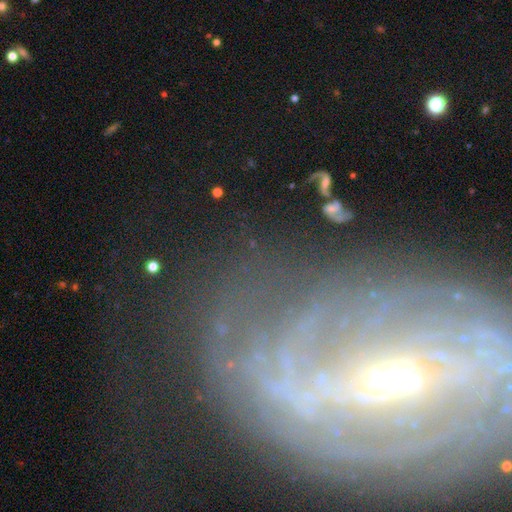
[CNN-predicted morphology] This is likely a featured or disk galaxy (67%). It is clearly not viewed edge-on (91%). Bar: marginally no (42%). Spiral arm pattern: likely yes (75%). Central bulge: marginally moderate (44%). Merging: likely none (64%).